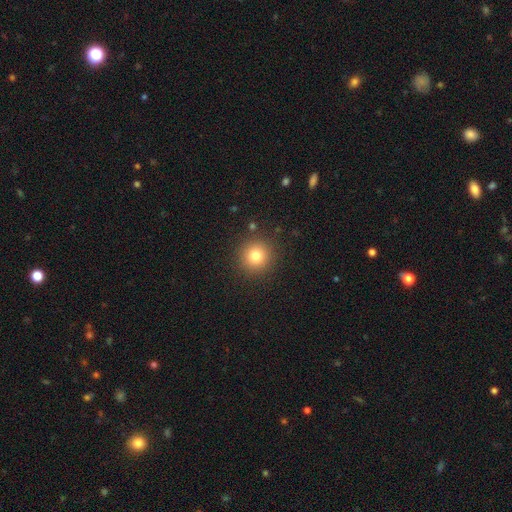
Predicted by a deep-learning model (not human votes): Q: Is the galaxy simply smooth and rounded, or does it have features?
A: smooth — 80%.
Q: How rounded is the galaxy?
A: round — 94%.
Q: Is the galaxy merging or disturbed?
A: none — 89%.